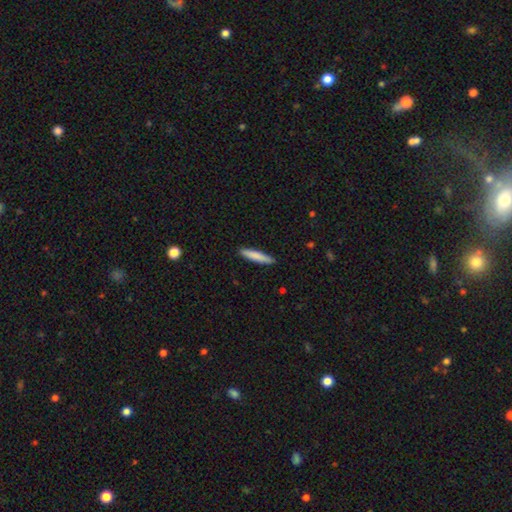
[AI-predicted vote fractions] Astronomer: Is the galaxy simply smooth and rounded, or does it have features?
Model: smooth — 81%.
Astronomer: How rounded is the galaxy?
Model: cigar-shaped — 90%.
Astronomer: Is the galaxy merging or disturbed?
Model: none — 90%.